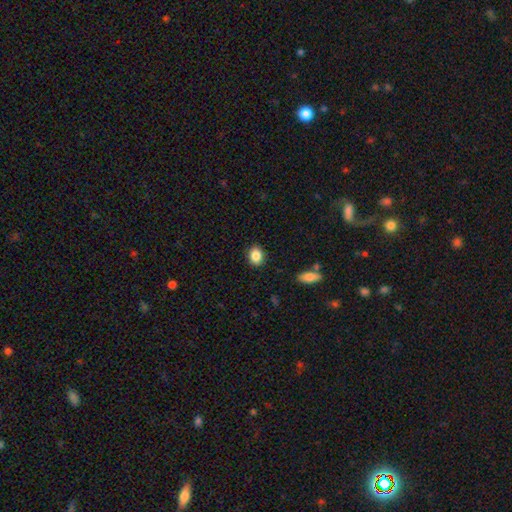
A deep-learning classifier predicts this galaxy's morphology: Q: Smooth or featured?
A: smooth (87%); runner-up: star or artifact (9%)
Q: How rounded?
A: in between (55%); runner-up: round (44%)
Q: Merging?
A: none (88%); runner-up: minor disturbance (8%)